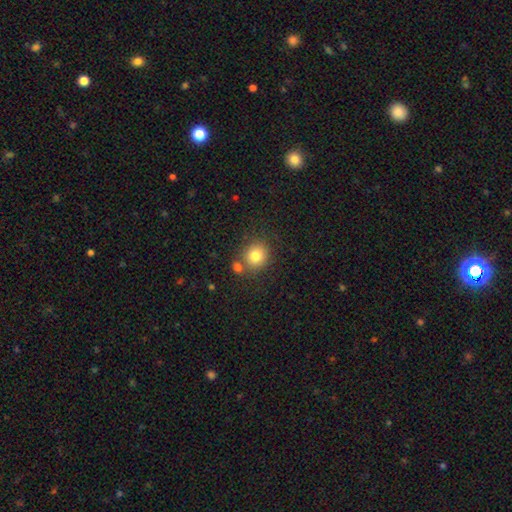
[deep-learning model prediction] smooth_or_featured: smooth (p=0.80) [alt: star or artifact p=0.12]
how_rounded: round (p=0.86) [alt: in between p=0.13]
merging: none (p=0.71) [alt: merger p=0.16]